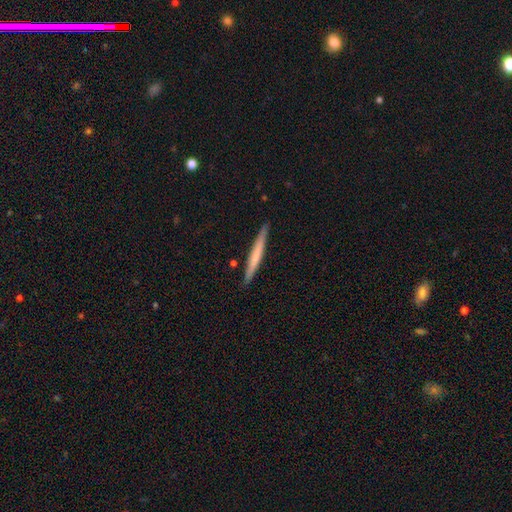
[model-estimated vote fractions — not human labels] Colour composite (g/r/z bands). It shows a smooth galaxy with no disk features (56%) that is cigar-shaped (97%). Merging: none (90%).